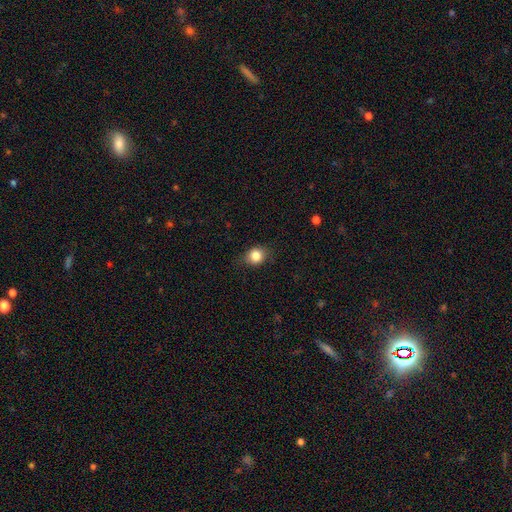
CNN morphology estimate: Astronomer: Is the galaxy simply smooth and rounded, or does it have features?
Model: smooth — 82%.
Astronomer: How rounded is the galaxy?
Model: round — 65%.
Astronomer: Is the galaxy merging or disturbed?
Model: none — 78%.